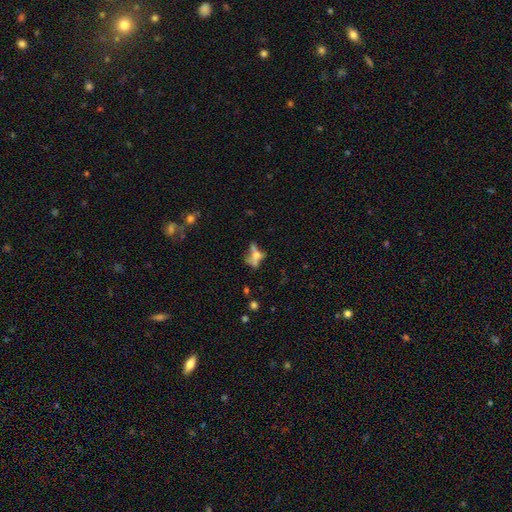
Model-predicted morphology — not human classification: A featured or disk galaxy (45%).

Vote fractions:
- Smooth or featured? featured or disk: 45% / smooth: 38% / star or artifact: 17%
- Merging? none: 40% / merger: 25% / major disturbance: 20% / minor disturbance: 15%